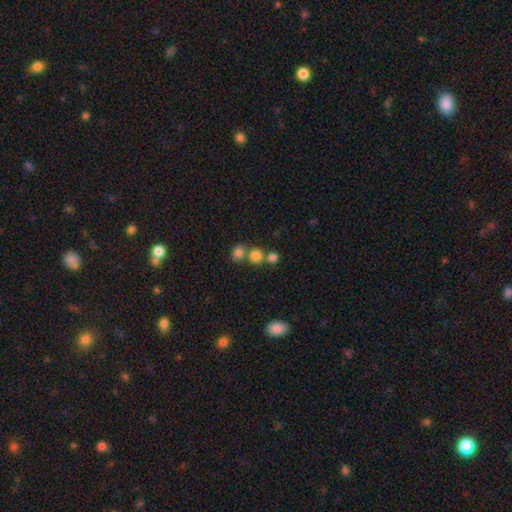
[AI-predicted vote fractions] Smooth or featured?
  - smooth: 78% *
  - star or artifact: 15%
  - featured or disk: 8%
How rounded?
  - round: 85% *
  - in between: 14%
  - cigar-shaped: 1%
Merging?
  - none: 56% *
  - merger: 33%
  - minor disturbance: 7%
  - major disturbance: 3%